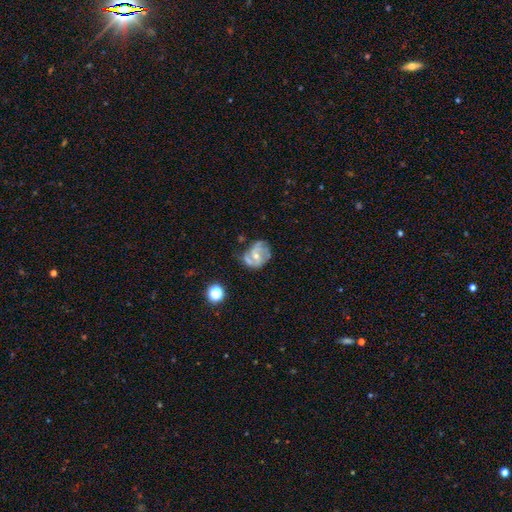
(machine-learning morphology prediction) Smooth or featured? Predicted: featured or disk (p=0.74). Edge-on disk? Predicted: no (p=0.98). Bar? Predicted: no (p=0.46). Spiral arms? Predicted: yes (p=0.85). Spiral winding? Predicted: medium (p=0.47). Spiral arm count? Predicted: 2 (p=0.53). Bulge size? Predicted: moderate (p=0.49). Merging? Predicted: none (p=0.47).